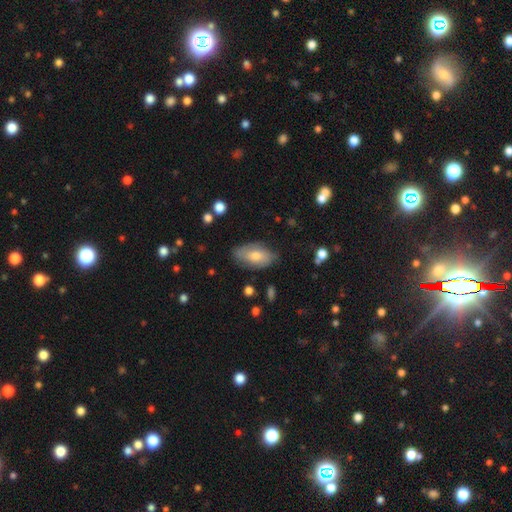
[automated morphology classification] Smooth or featured?
  - smooth: 64% *
  - featured or disk: 29%
  - star or artifact: 8%
How rounded?
  - in between: 92% *
  - round: 4%
  - cigar-shaped: 4%
Merging?
  - none: 75% *
  - minor disturbance: 20%
  - major disturbance: 4%
  - merger: 2%